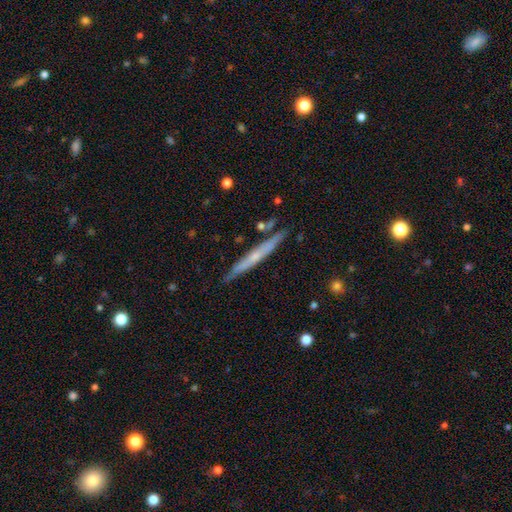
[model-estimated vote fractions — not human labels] featured or disk 58%, smooth 36%, star or artifact 6%. Down the decision tree: edge-on disk — yes (95%); edge-on bulge — none (58%); merging — none (84%).